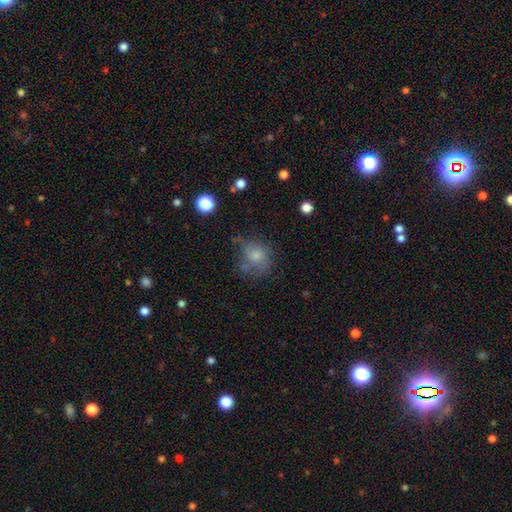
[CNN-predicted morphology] Smooth or featured: smooth — 56% (featured or disk — 32%)
How rounded: round — 71% (in between — 28%)
Merging: none — 46% (minor disturbance — 26%)